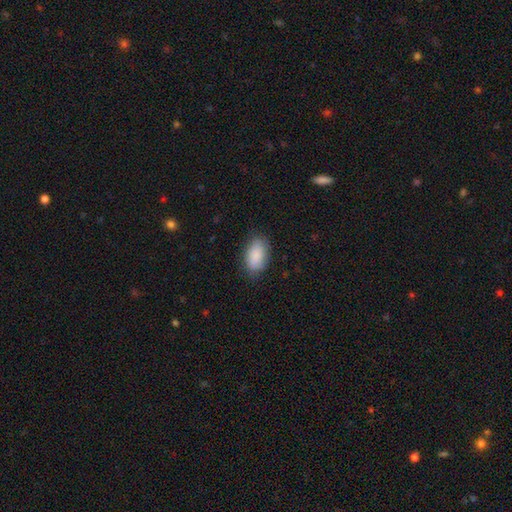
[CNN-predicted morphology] Smooth or featured: smooth — 88% (star or artifact — 6%)
How rounded: in between — 93% (round — 4%)
Merging: none — 81% (minor disturbance — 15%)